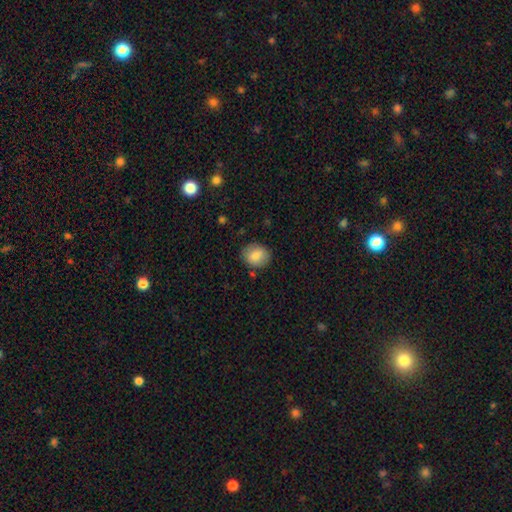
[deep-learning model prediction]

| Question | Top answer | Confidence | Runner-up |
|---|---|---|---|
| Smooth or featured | smooth | 83% | featured or disk (9%) |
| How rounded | round | 62% | in between (37%) |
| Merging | none | 84% | minor disturbance (11%) |